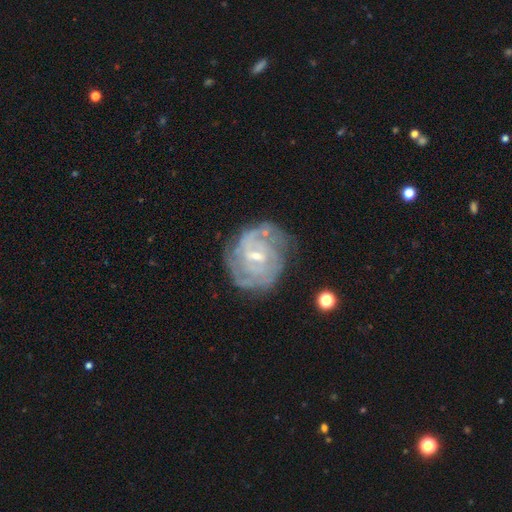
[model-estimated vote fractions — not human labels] Q: Smooth or featured?
A: featured or disk (85%); runner-up: smooth (9%)
Q: Edge-on disk?
A: no (97%); runner-up: yes (3%)
Q: Bar?
A: weak (57%); runner-up: no (24%)
Q: Spiral arms?
A: yes (94%); runner-up: no (6%)
Q: Spiral winding?
A: tight (67%); runner-up: medium (27%)
Q: Spiral arm count?
A: can't tell (34%); runner-up: 2 (29%)
Q: Bulge size?
A: small (64%); runner-up: moderate (32%)
Q: Merging?
A: none (70%); runner-up: minor disturbance (20%)